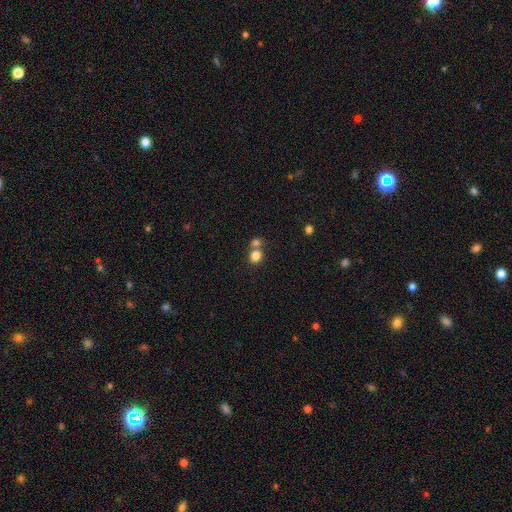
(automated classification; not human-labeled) The model was most divided on "merging": none: 49%, merger: 41%, minor disturbance: 7%, major disturbance: 3%. More confident: smooth or featured — smooth (81%); how rounded — round (79%).